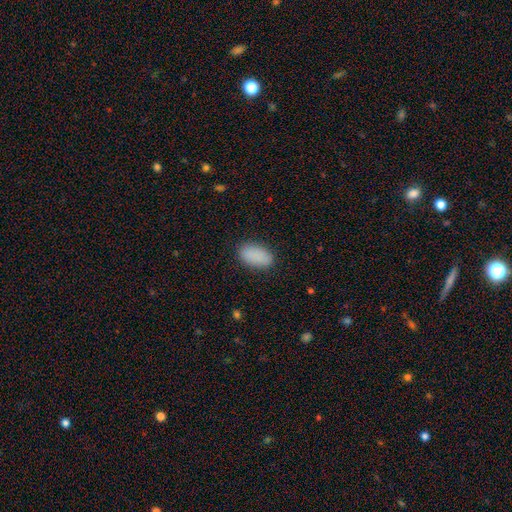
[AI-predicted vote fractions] This appears to be a smooth galaxy with no disk features (89%) that is in between round and cigar-shaped (94%). Merging: none (86%).